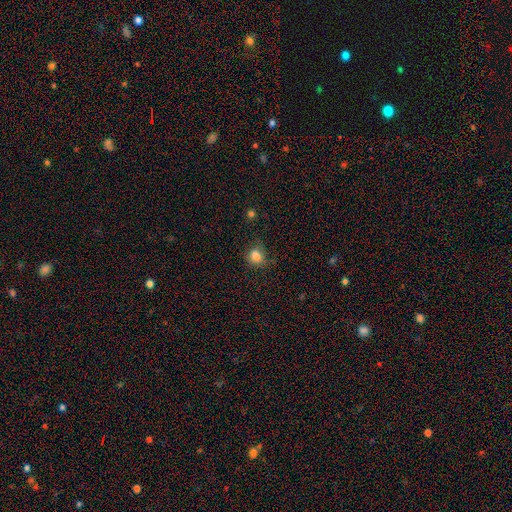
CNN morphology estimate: The model was most divided on "how rounded": round: 69%, in between: 30%, cigar-shaped: 1%. More confident: smooth or featured — smooth (83%); merging — none (72%).